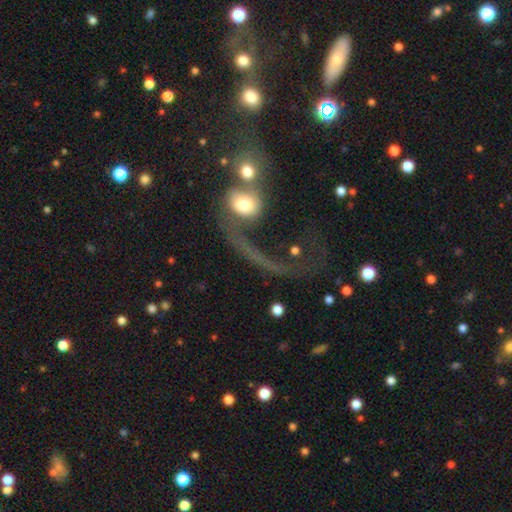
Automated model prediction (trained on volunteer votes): This is possibly a featured or disk galaxy (50%). Merging: marginally merger (36%).